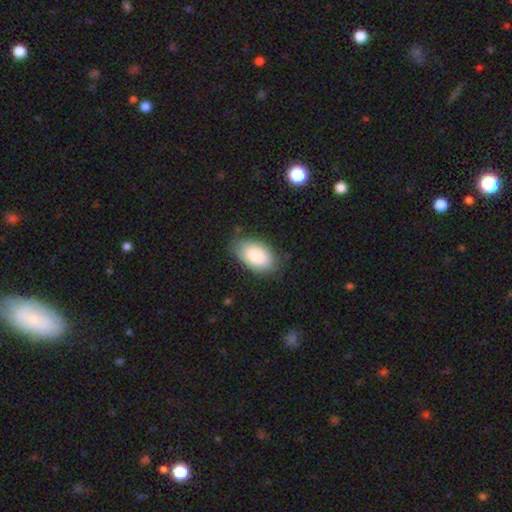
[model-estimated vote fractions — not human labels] smooth_or_featured: smooth (p=0.83) [alt: featured or disk p=0.10]
how_rounded: in between (p=0.93) [alt: round p=0.05]
merging: none (p=0.80) [alt: minor disturbance p=0.15]